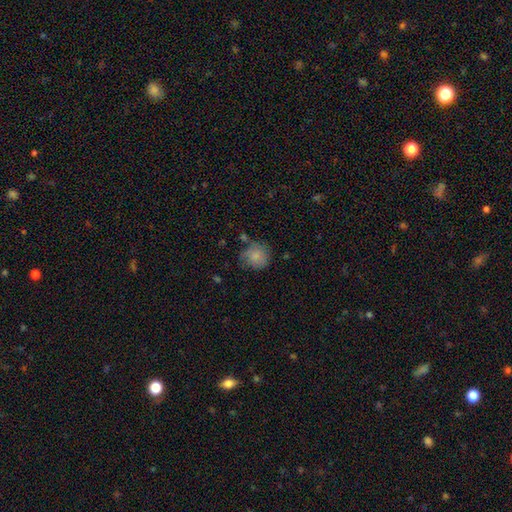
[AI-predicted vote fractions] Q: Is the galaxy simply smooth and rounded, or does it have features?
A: smooth — 79%.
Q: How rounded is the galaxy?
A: round — 83%.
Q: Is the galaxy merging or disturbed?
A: none — 61%.